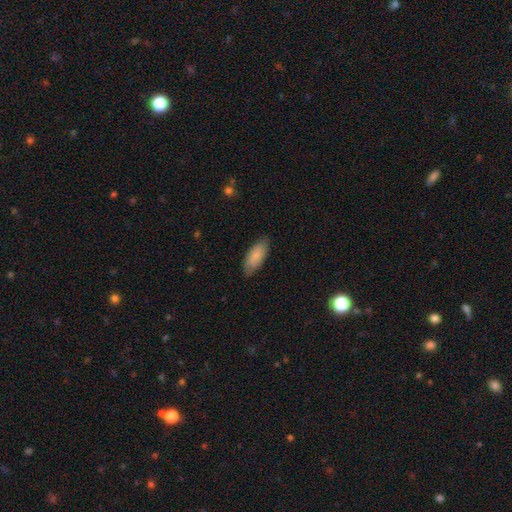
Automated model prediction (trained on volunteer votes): This appears to be a smooth galaxy with no disk features (83%) that is in between round and cigar-shaped (84%). Merging: none (80%).